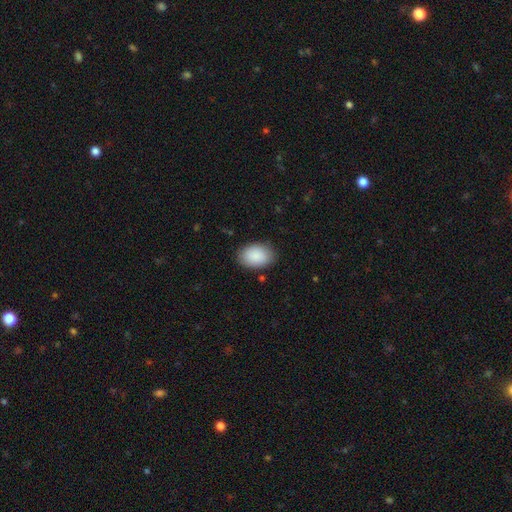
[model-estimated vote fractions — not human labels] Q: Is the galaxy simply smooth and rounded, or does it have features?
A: smooth — 89%.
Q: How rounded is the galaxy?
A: in between — 86%.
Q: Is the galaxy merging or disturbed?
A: none — 85%.